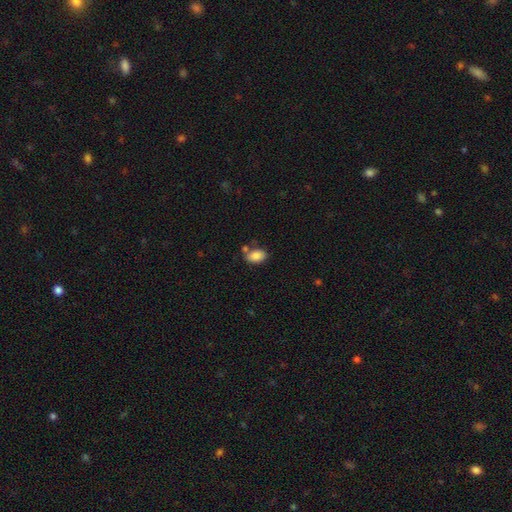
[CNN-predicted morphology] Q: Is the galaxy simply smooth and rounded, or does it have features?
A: smooth — 87%.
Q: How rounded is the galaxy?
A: in between — 89%.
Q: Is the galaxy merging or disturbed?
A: none — 67%.